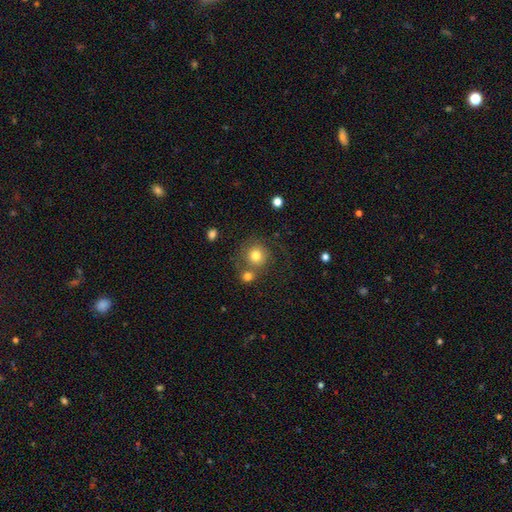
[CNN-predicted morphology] smooth 77%, featured or disk 13%, star or artifact 10%. Down the decision tree: how rounded — round (90%); merging — none (55%).